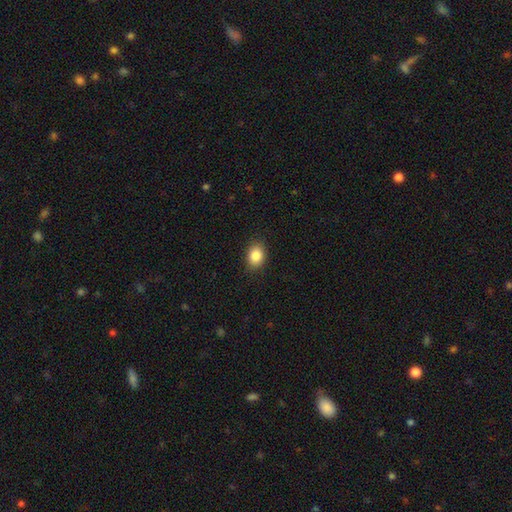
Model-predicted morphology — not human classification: Overall: smooth (87%). How rounded: in between (65%; round 34%). Merging: none (88%).